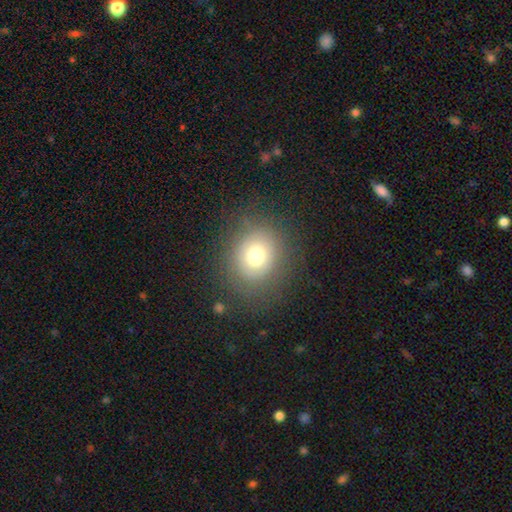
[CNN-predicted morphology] Smooth or featured? smooth (72%)
How rounded? round (78%)
Merging? none (82%)